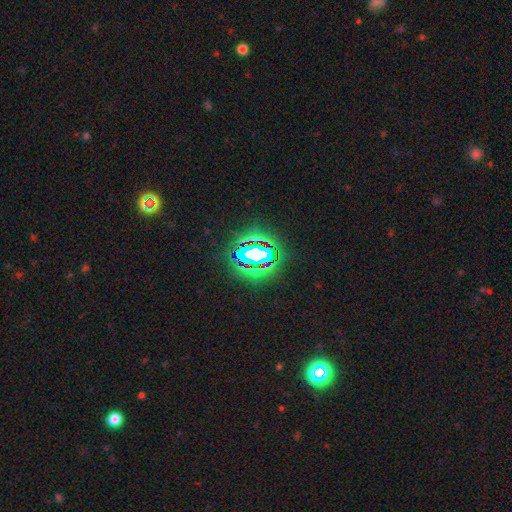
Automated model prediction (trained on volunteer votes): This appears to be a star or artifact, not a galaxy (67%).